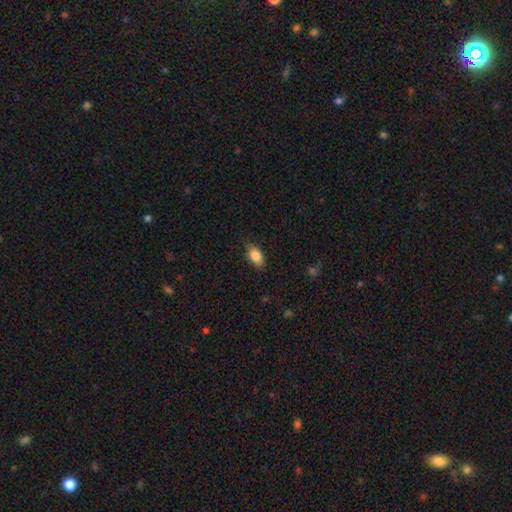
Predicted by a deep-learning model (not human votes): smooth 86%, star or artifact 8%, featured or disk 7%. Down the decision tree: how rounded — in between (88%); merging — none (83%).